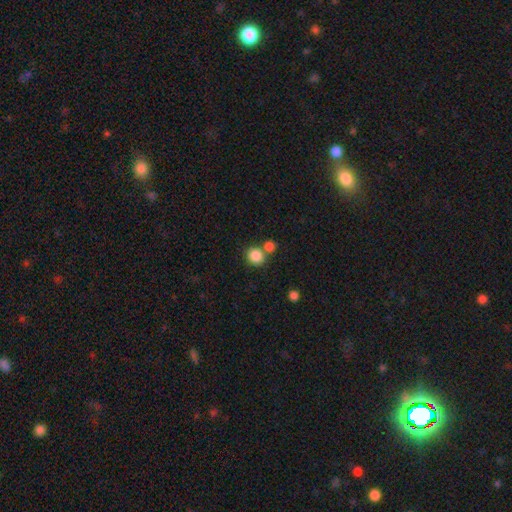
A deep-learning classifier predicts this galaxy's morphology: Q: Smooth or featured?
A: smooth (85%); runner-up: star or artifact (10%)
Q: How rounded?
A: round (83%); runner-up: in between (16%)
Q: Merging?
A: none (62%); runner-up: merger (27%)